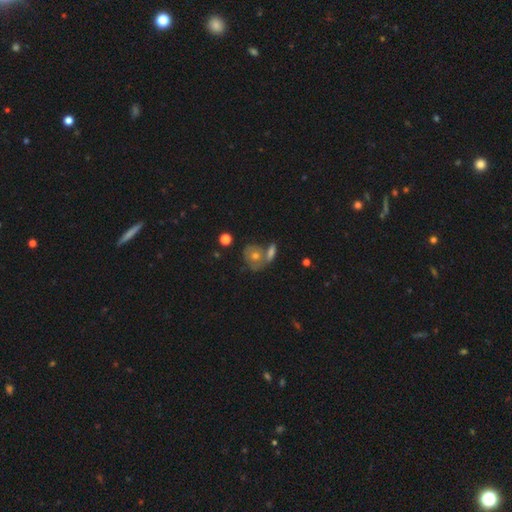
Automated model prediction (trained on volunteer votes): smooth-or-featured: smooth: 43% | featured or disk: 40% | star or artifact: 16%
  merging: none: 50% | merger: 32% | minor disturbance: 12% | major disturbance: 6%